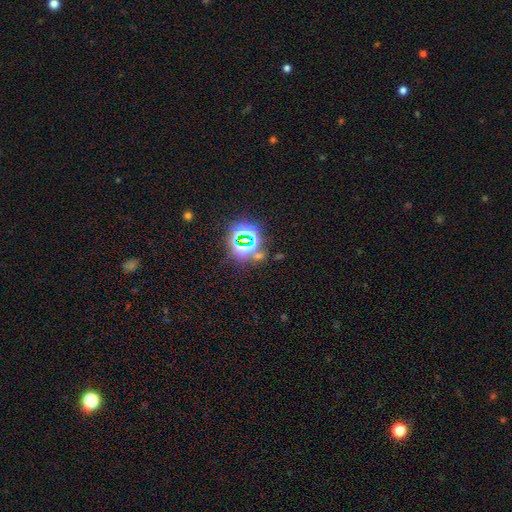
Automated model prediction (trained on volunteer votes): A star or artifact, not a galaxy (77%).

Vote fractions:
- Smooth or featured? star or artifact: 77% / smooth: 15% / featured or disk: 8%